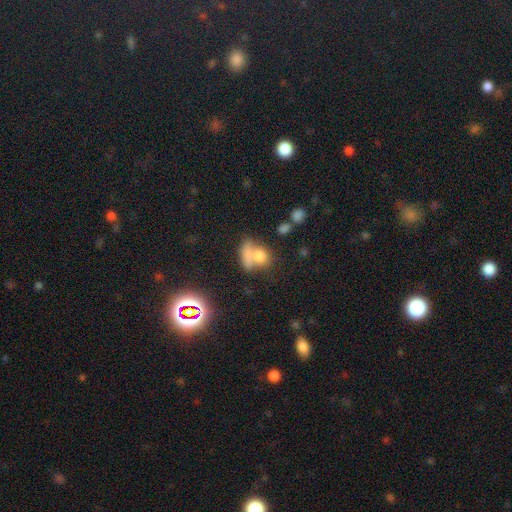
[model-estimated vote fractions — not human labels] Morphology: type=smooth (74%); roundness=in between (53%); merging=merger (52%).